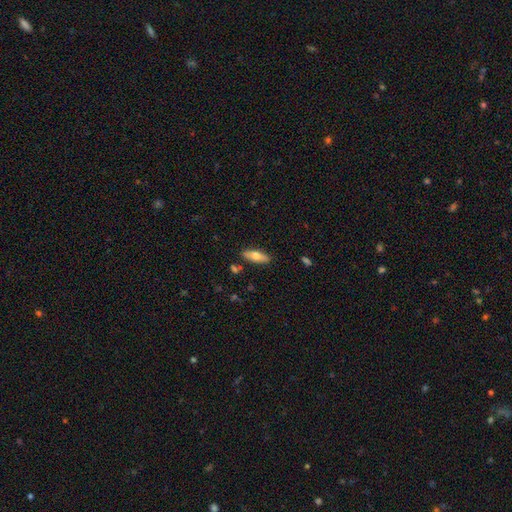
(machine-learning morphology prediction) Overall: smooth (65%; featured or disk 29%). How rounded: in between (62%; cigar-shaped 36%). Merging: none (86%).